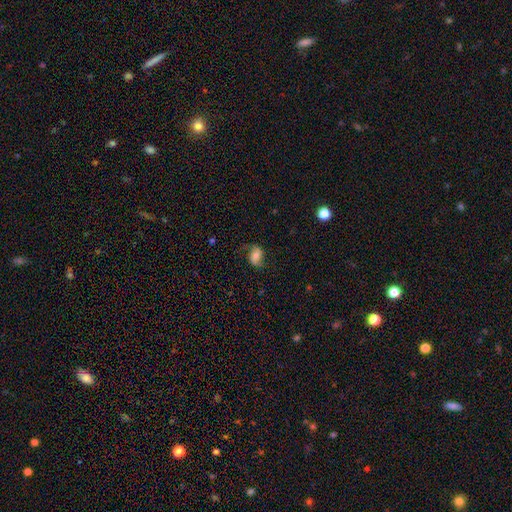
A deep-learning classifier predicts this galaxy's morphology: smooth 45% (tied), featured or disk 45% (tied), star or artifact 10%. Down the decision tree: merging — none (68%).